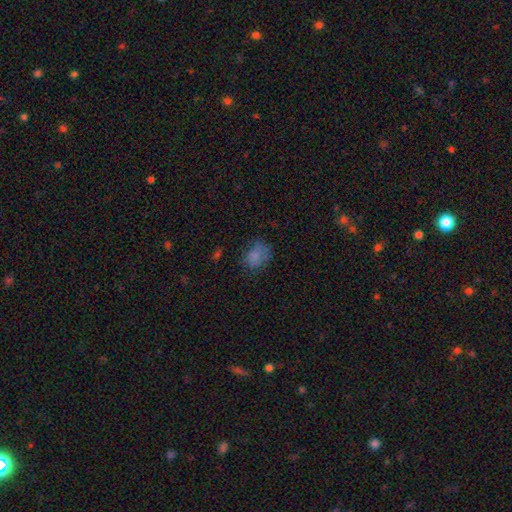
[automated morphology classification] A smooth galaxy with no disk features (74%) that is in between round and cigar-shaped (66%). Merging: none (57%).